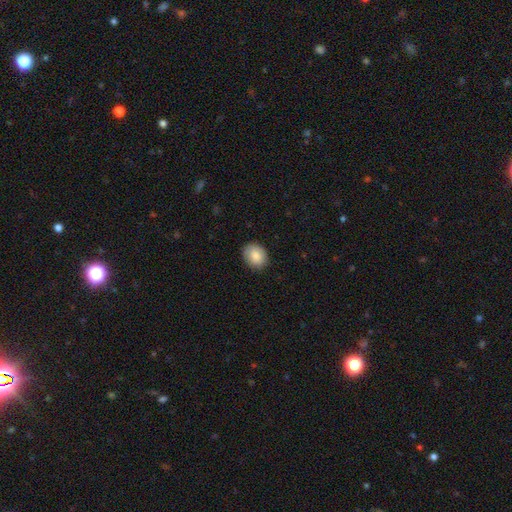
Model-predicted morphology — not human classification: smooth-or-featured: smooth: 87% | star or artifact: 7% | featured or disk: 7%
  how-rounded: in between: 51% | round: 48% | cigar-shaped: 1%
  merging: none: 86% | minor disturbance: 11% | major disturbance: 2% | merger: 1%